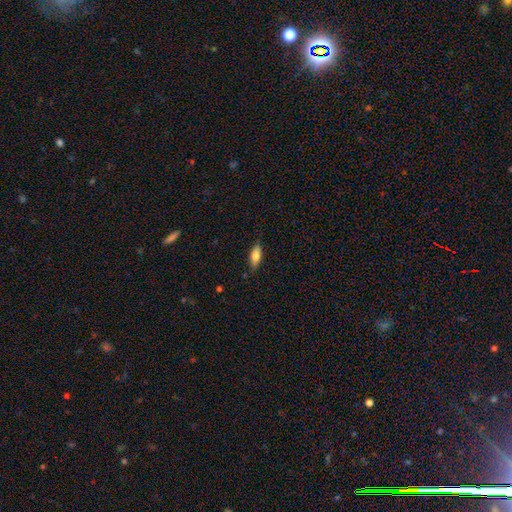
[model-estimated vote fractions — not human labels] Morphology: type=smooth (78%); roundness=in between (72%); merging=none (83%).